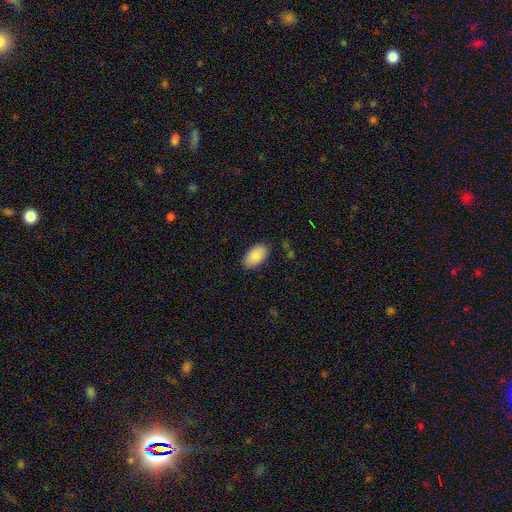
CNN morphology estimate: Overall: smooth (86%). How rounded: in between (94%). Merging: none (84%).